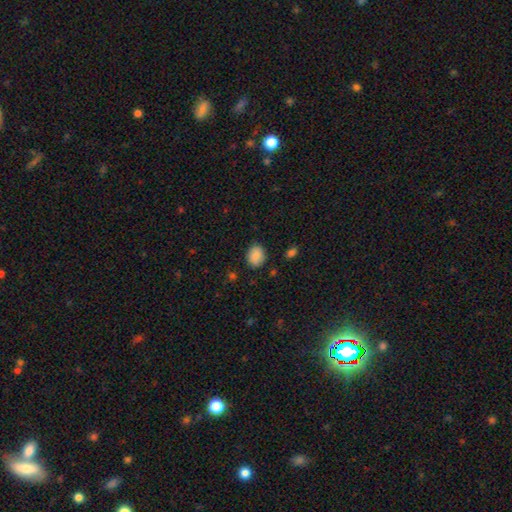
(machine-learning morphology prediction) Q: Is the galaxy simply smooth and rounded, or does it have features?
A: smooth — 86%.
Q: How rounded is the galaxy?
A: round — 54%.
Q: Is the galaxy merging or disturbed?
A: none — 83%.